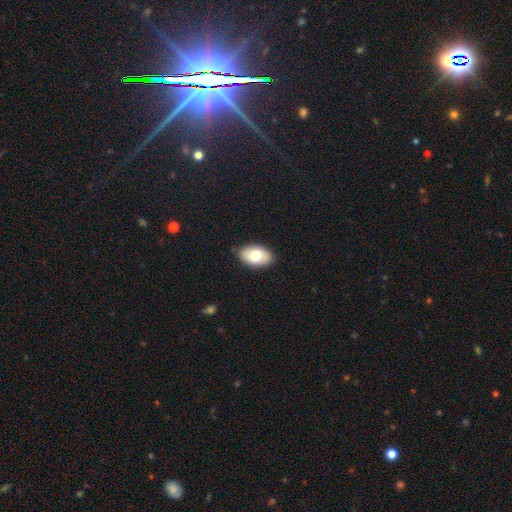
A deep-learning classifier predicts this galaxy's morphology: Q: Smooth or featured?
A: smooth (75%); runner-up: featured or disk (19%)
Q: How rounded?
A: in between (92%); runner-up: round (6%)
Q: Merging?
A: none (86%); runner-up: minor disturbance (11%)